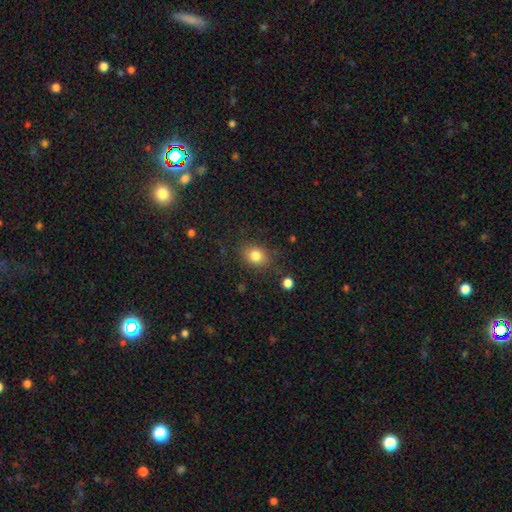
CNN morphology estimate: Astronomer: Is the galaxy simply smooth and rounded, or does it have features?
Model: smooth — 81%.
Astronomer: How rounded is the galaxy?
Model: in between — 50% (runner-up: round, 49%).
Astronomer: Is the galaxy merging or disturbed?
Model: none — 80%.